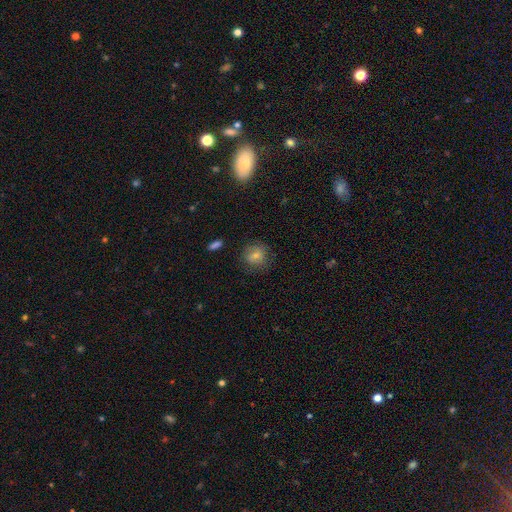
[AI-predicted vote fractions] This is likely a smooth galaxy (76%). How rounded: clearly round (82%). Merging: likely none (76%).